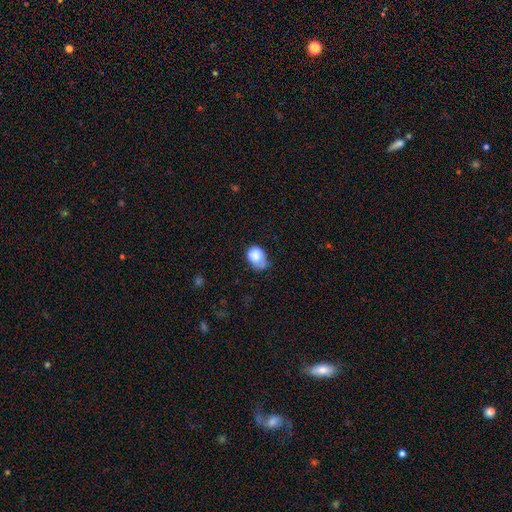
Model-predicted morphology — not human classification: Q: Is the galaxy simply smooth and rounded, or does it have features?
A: smooth — 79%.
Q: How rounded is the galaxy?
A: in between — 66%.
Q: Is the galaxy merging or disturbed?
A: minor disturbance — 41%.